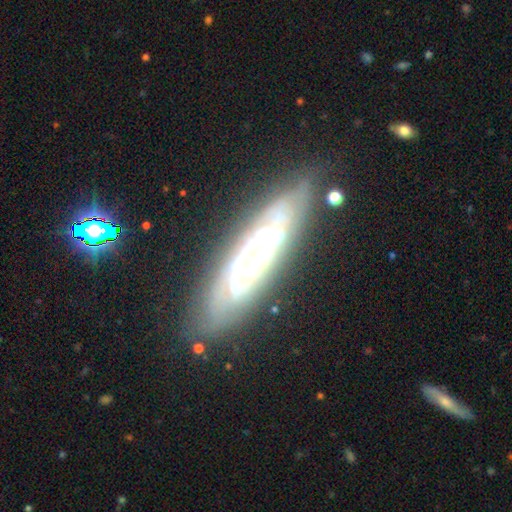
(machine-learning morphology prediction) This is clearly a featured or disk galaxy (82%). It is likely not viewed edge-on (74%). Bar: likely no (74%). Spiral arm pattern: clearly yes (88%). Spiral arm count: likely can't tell (61%). Spiral winding: likely tight (79%). Central bulge: possibly small (50%). Merging: clearly none (80%).